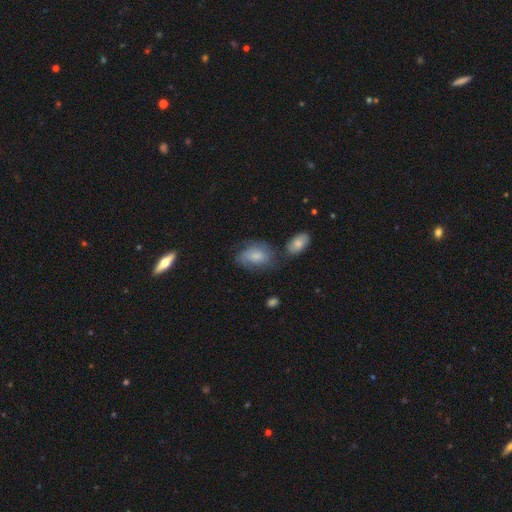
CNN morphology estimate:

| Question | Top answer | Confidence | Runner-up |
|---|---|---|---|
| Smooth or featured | smooth | 64% | featured or disk (27%) |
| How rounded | in between | 85% | round (13%) |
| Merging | none | 48% | minor disturbance (28%) |